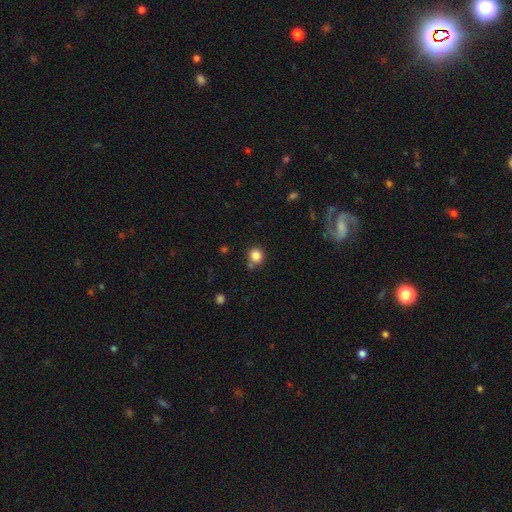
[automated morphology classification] Overall: smooth (84%). How rounded: round (89%). Merging: none (74%).